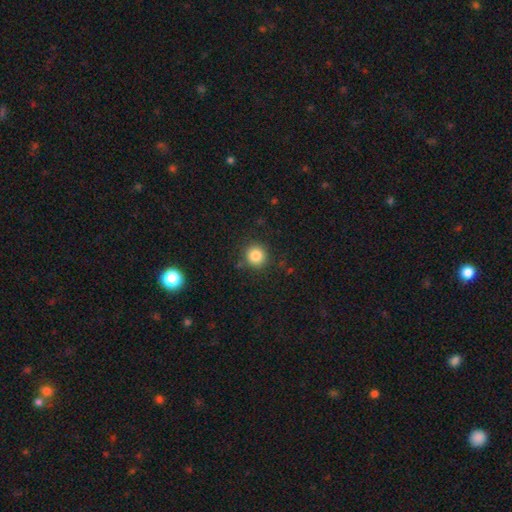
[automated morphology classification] Smooth or featured: smooth — 84% (star or artifact — 11%)
How rounded: round — 92% (in between — 7%)
Merging: none — 87% (minor disturbance — 8%)